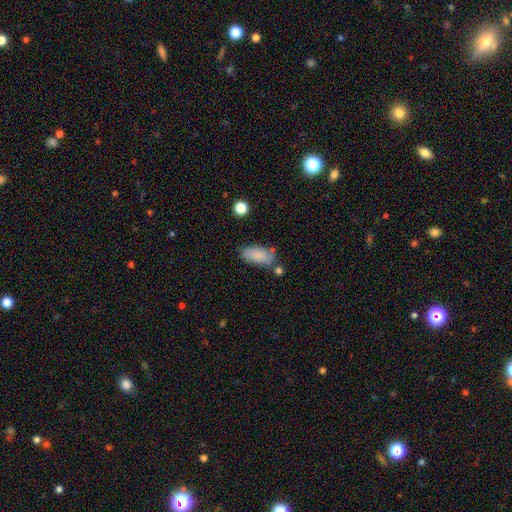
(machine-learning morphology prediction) smooth-or-featured: smooth: 82% | featured or disk: 10% | star or artifact: 8%
  how-rounded: in between: 91% | cigar-shaped: 7% | round: 3%
  merging: none: 62% | minor disturbance: 22% | merger: 9% | major disturbance: 6%